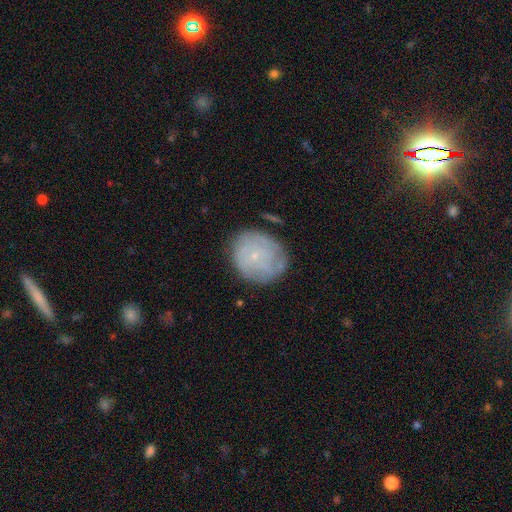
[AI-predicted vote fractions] Q: Smooth or featured?
A: featured or disk (51%); runner-up: smooth (40%)
Q: Edge-on disk?
A: no (97%); runner-up: yes (3%)
Q: Merging?
A: none (71%); runner-up: minor disturbance (20%)